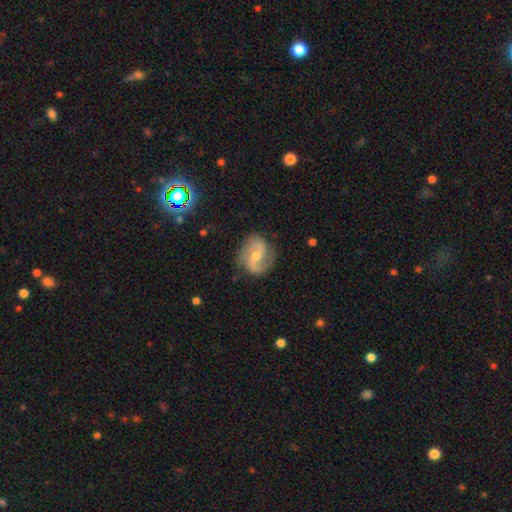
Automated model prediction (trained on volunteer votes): smooth-or-featured: featured or disk: 78% | smooth: 16% | star or artifact: 6%
  disk-edge-on: no: 97% | yes: 3%
    bar: weak: 45% | no: 38% | strong: 16%
    has-spiral-arms: yes: 93% | no: 7%
      spiral-winding: loose: 46% | medium: 40% | tight: 14%
      spiral-arm-count: 2: 88% | can't tell: 5% | 1: 3% | 3: 2% | 4: 1% | more than 4: 1%
    bulge-size: small: 49% | moderate: 47% | none: 2% | large: 2% | dominant: 1%
  merging: none: 76% | minor disturbance: 17% | major disturbance: 6% | merger: 2%